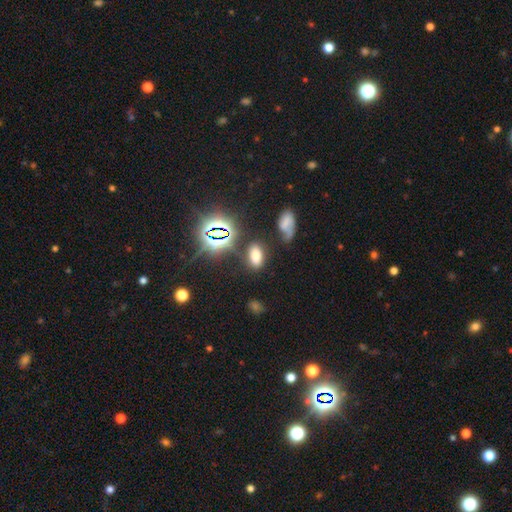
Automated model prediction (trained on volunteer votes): smooth 64%, star or artifact 26%, featured or disk 10%. Down the decision tree: how rounded — in between (91%); merging — none (77%).